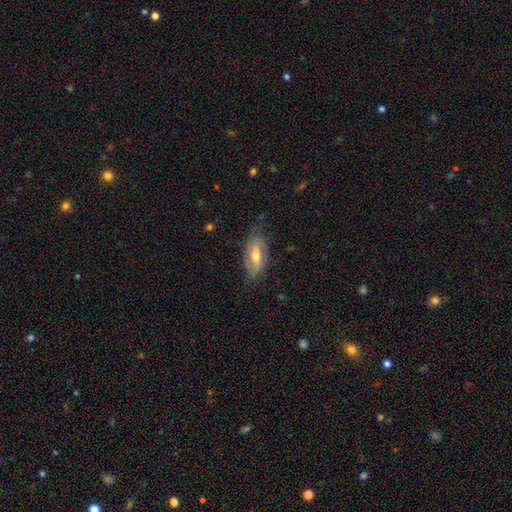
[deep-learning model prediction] smooth_or_featured: featured or disk (p=0.54) [alt: smooth p=0.38]
disk_edge_on: no (p=0.80) [alt: yes p=0.20]
merging: none (p=0.63) [alt: minor disturbance p=0.26]